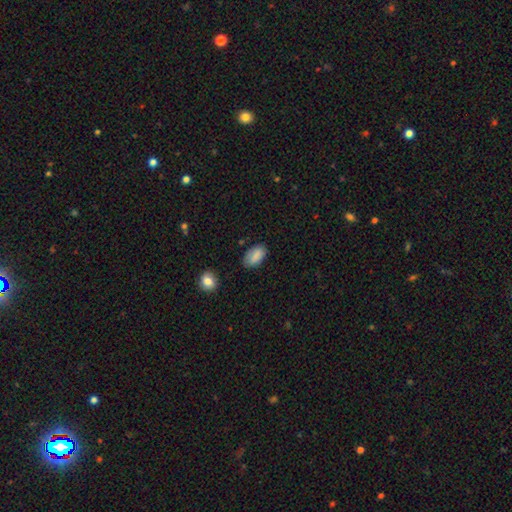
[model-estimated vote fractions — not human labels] smooth-or-featured: smooth: 86% | star or artifact: 8% | featured or disk: 7%
  how-rounded: in between: 93% | round: 5% | cigar-shaped: 2%
  merging: none: 74% | minor disturbance: 20% | major disturbance: 4% | merger: 2%